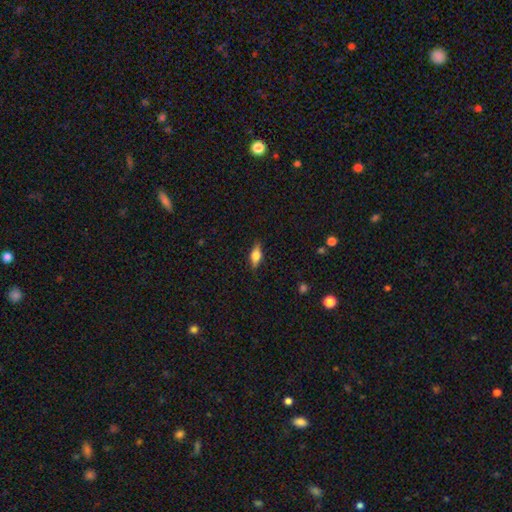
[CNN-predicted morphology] Overall: smooth (62%; featured or disk 31%). How rounded: in between (73%). Merging: none (84%).